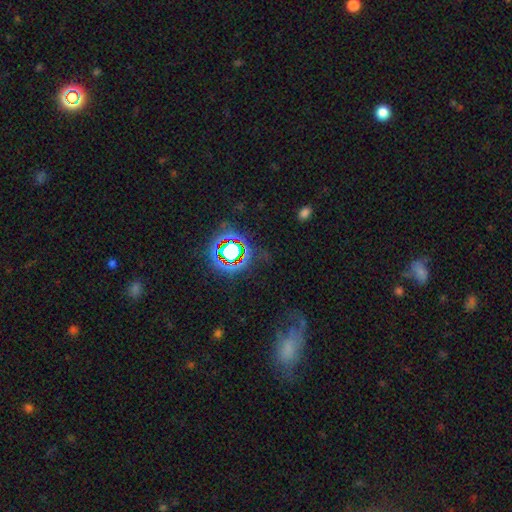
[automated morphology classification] type=star or artifact (69%).